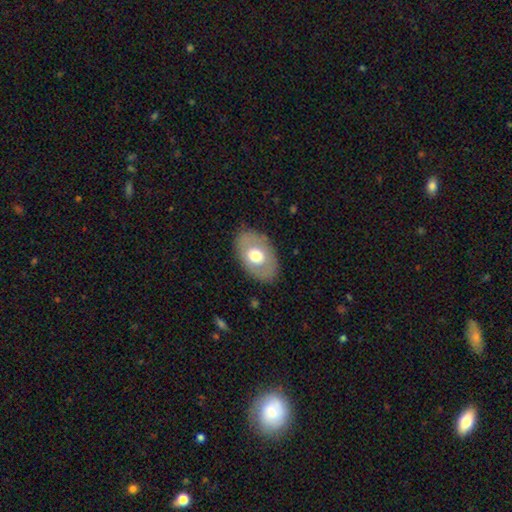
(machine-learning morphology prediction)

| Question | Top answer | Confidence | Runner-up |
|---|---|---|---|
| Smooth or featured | smooth | 58% | featured or disk (36%) |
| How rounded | in between | 84% | round (15%) |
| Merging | none | 82% | minor disturbance (12%) |